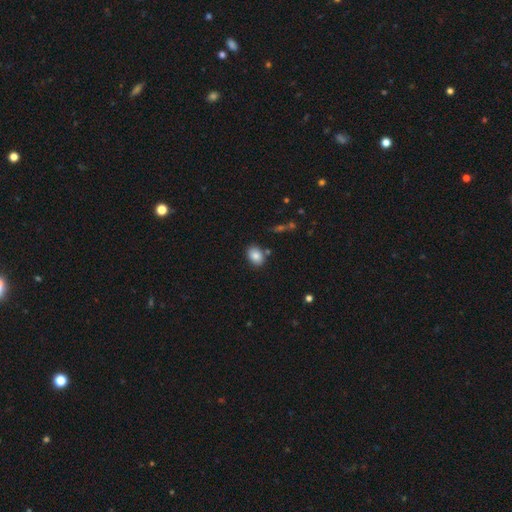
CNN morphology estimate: Smooth or featured?
  - smooth: 84% *
  - star or artifact: 8%
  - featured or disk: 7%
How rounded?
  - in between: 73% *
  - round: 26%
  - cigar-shaped: 1%
Merging?
  - none: 81% *
  - minor disturbance: 11%
  - merger: 5%
  - major disturbance: 3%